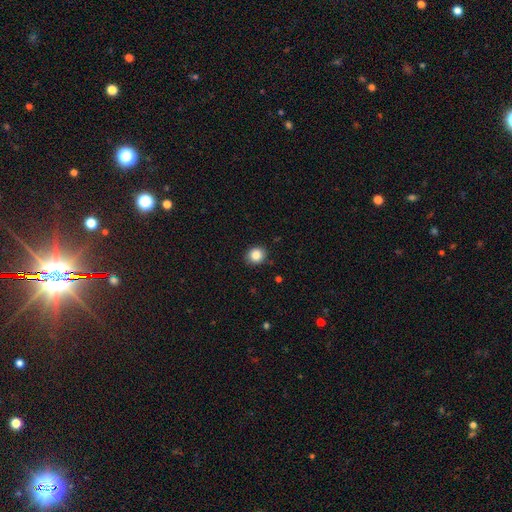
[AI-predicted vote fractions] Q: Smooth or featured?
A: smooth (87%); runner-up: star or artifact (9%)
Q: How rounded?
A: round (79%); runner-up: in between (21%)
Q: Merging?
A: none (88%); runner-up: minor disturbance (9%)